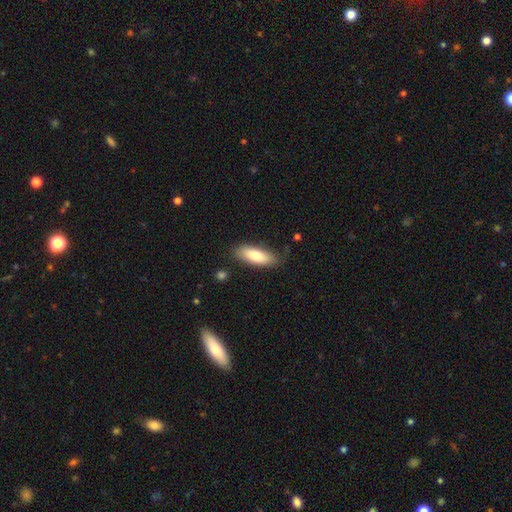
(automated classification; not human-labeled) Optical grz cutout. It shows a smooth galaxy with no disk features (79%) that is in between round and cigar-shaped (64%). Merging: none (81%).